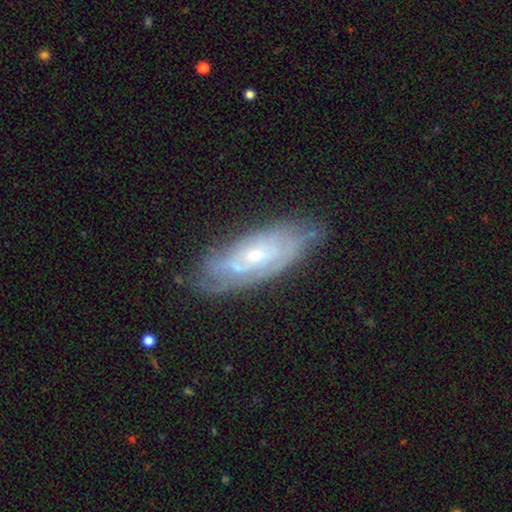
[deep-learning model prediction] Smooth or featured? featured or disk (72%)
Edge-on disk? no (84%)
Bar? no (67%)
Spiral arms? yes (81%)
Bulge size? small (58%)
Merging? none (69%)